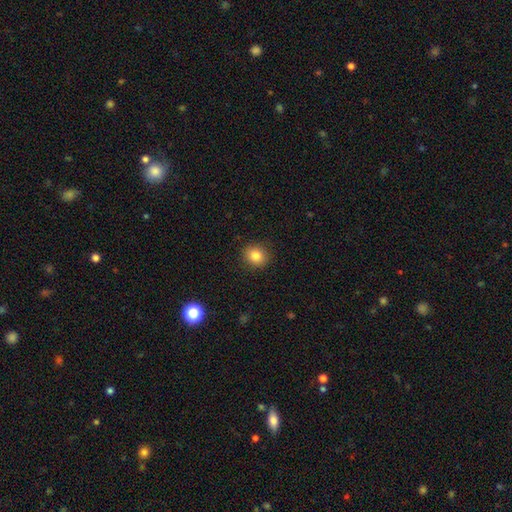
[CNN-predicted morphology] type=smooth (84%); roundness=round (78%); merging=none (89%).